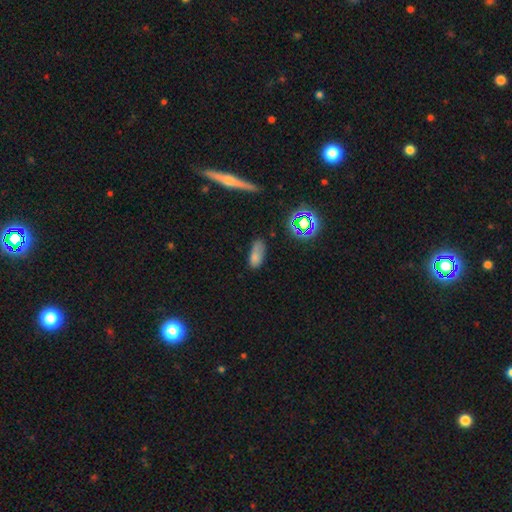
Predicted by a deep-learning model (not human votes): A smooth galaxy with no disk features (72%) that is in between round and cigar-shaped (84%). Merging: none (52%).